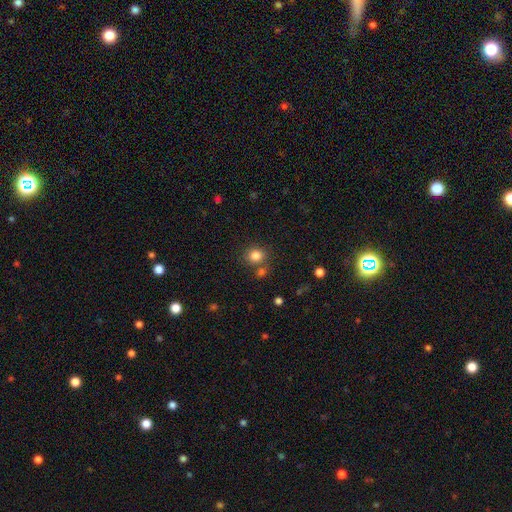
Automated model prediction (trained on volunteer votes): This is clearly a smooth galaxy (83%). How rounded: likely round (78%). Merging: likely none (73%).